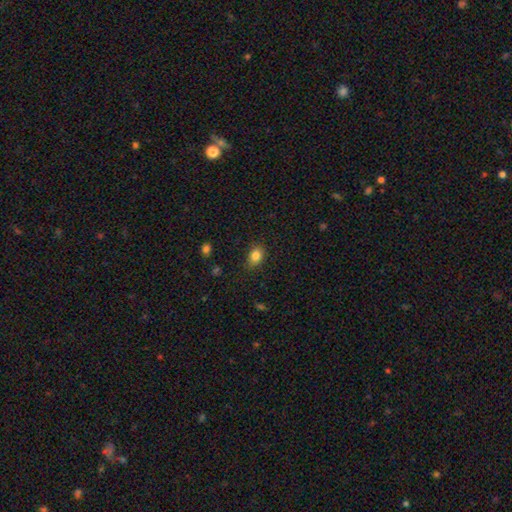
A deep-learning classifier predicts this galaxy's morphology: Smooth or featured? smooth (84%)
How rounded? in between (68%)
Merging? none (84%)